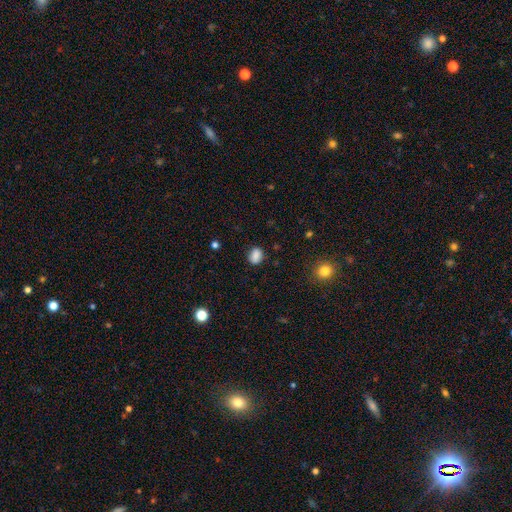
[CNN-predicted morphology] smooth_or_featured: smooth (p=0.84) [alt: star or artifact p=0.10]
how_rounded: in between (p=0.61) [alt: round p=0.37]
merging: none (p=0.81) [alt: minor disturbance p=0.13]